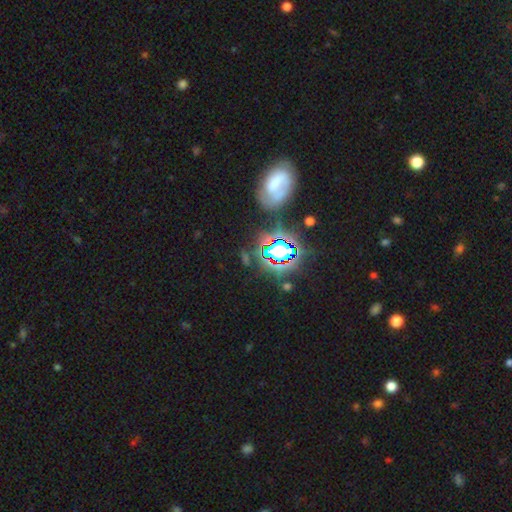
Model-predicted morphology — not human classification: A star or artifact, not a galaxy (71%).